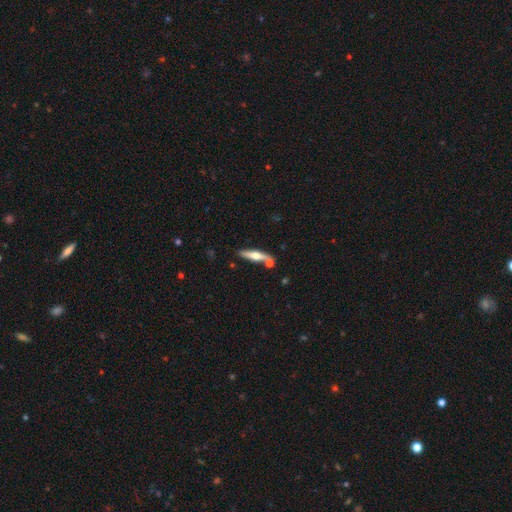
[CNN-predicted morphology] A featured or disk galaxy (52%) viewed edge-on (93%).

Vote fractions:
- Smooth or featured? featured or disk: 52% / smooth: 43% / star or artifact: 5%
- Edge-on disk? yes: 93% / no: 7%
- Merging? none: 76% / minor disturbance: 11% / merger: 11% / major disturbance: 3%